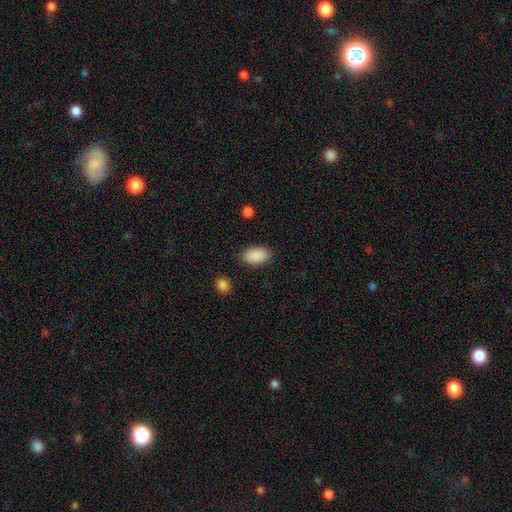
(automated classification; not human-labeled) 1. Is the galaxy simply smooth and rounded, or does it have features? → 90% smooth, 7% star or artifact, 3% featured or disk.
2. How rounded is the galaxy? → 93% in between, 5% round, 2% cigar-shaped.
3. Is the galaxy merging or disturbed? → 87% none, 9% minor disturbance, 3% major disturbance, 1% merger.